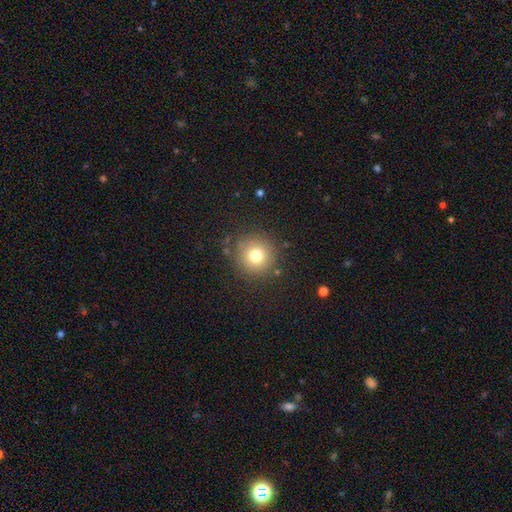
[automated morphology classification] Smooth or featured? Predicted: smooth (p=0.75). How rounded? Predicted: round (p=0.95). Merging? Predicted: none (p=0.86).